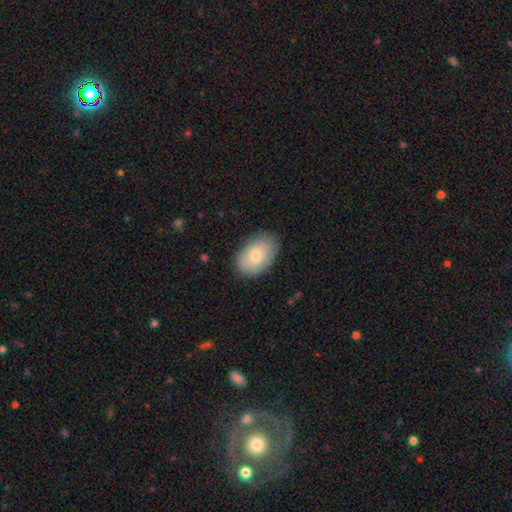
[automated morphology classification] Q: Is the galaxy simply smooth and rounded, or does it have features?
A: smooth — 76%.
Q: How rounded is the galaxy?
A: in between — 90%.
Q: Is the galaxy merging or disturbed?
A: none — 82%.